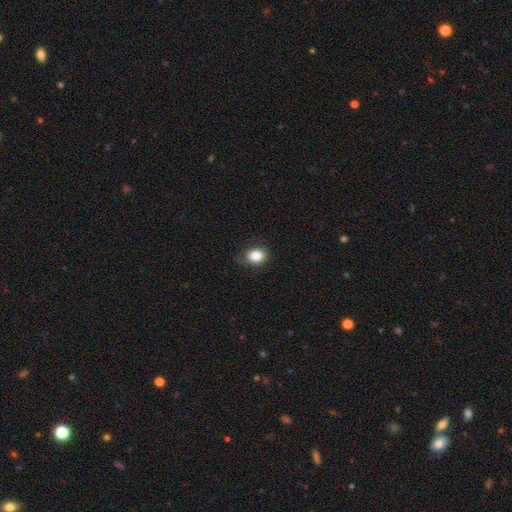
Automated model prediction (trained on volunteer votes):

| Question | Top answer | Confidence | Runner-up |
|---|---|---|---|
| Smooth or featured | smooth | 86% | star or artifact (10%) |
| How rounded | in between | 51% | round (48%) |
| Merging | none | 78% | minor disturbance (17%) |